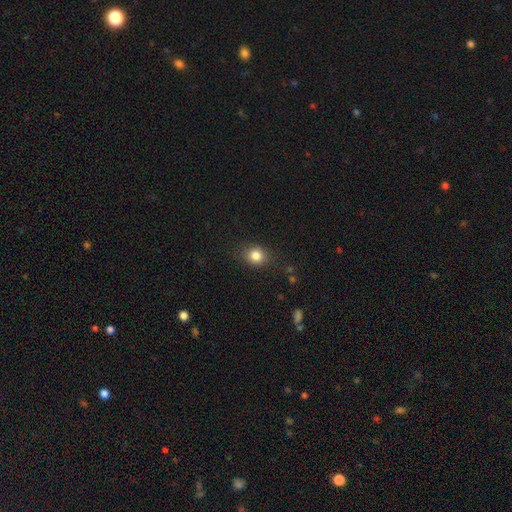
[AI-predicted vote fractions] Smooth or featured? Predicted: smooth (p=0.82). How rounded? Predicted: round (p=0.66). Merging? Predicted: none (p=0.81).